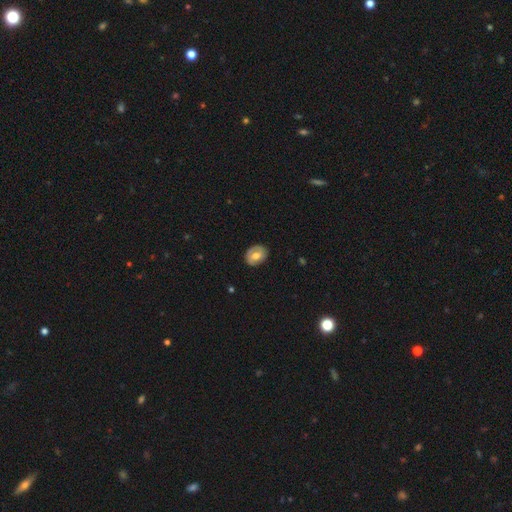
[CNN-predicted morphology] smooth_or_featured: smooth (p=0.53) [alt: featured or disk p=0.40]
how_rounded: in between (p=0.58) [alt: round p=0.40]
merging: none (p=0.81) [alt: minor disturbance p=0.15]